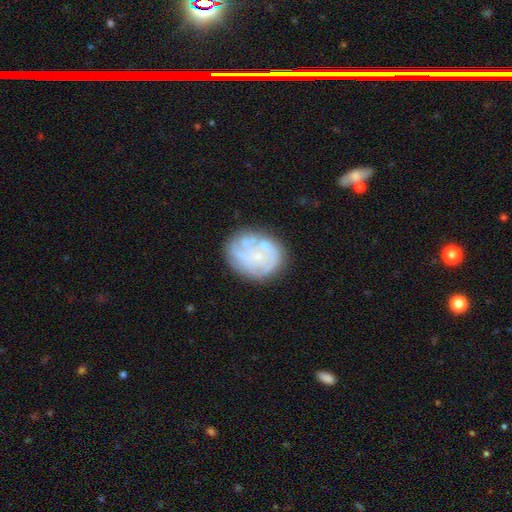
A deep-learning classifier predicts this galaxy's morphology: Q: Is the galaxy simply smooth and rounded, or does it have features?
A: featured or disk — 66%.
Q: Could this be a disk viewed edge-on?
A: no — 98%.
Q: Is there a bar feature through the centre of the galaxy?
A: no — 79%.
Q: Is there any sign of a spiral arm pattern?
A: yes — 69%.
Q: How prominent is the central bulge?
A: small — 65%.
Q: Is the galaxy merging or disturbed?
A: none — 68%.